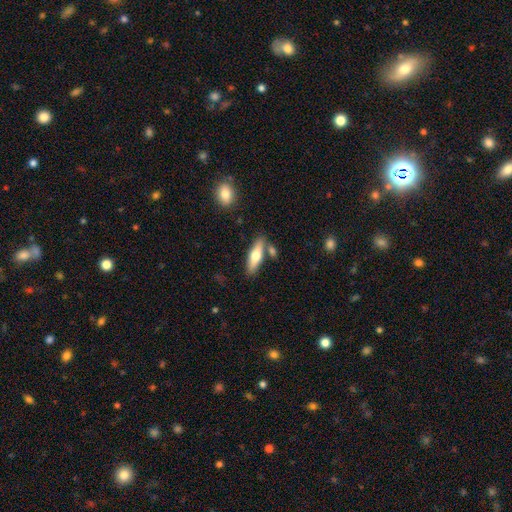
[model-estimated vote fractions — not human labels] This appears to be a smooth galaxy with no disk features (58%) that is cigar-shaped (60%). Merging: none (76%).